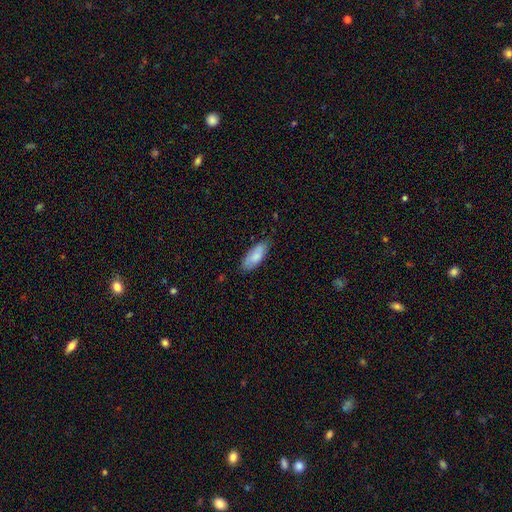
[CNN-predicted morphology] smooth_or_featured: smooth (p=0.83) [alt: featured or disk p=0.11]
how_rounded: in between (p=0.77) [alt: cigar-shaped p=0.22]
merging: none (p=0.77) [alt: minor disturbance p=0.19]